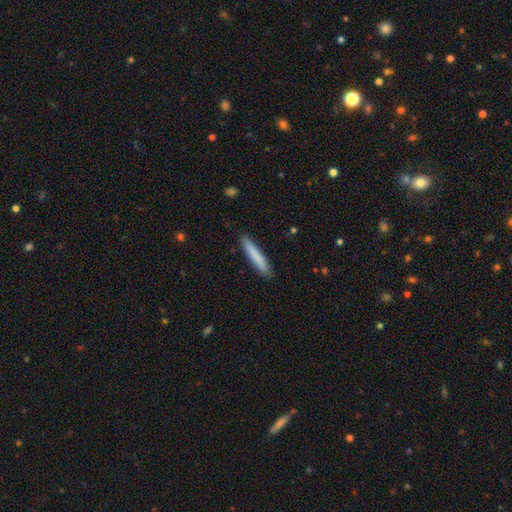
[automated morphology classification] This is clearly a smooth galaxy (81%). How rounded: clearly cigar-shaped (94%). Merging: clearly none (89%).